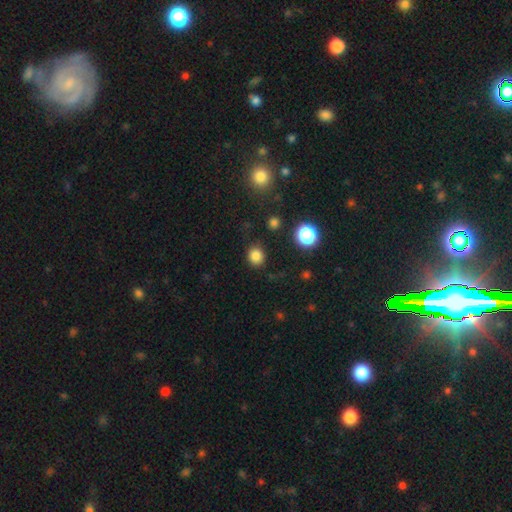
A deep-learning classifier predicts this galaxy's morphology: This appears to be a smooth galaxy with no disk features (83%) that is round (80%). Merging: none (84%).